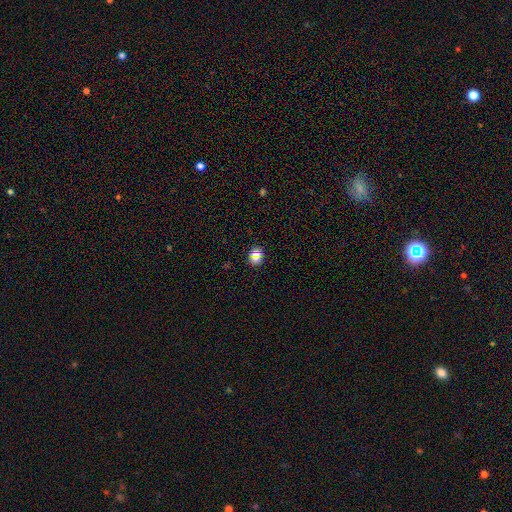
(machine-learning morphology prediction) Smooth or featured: smooth — 64% (star or artifact — 28%)
How rounded: round — 78% (in between — 20%)
Merging: none — 87% (minor disturbance — 7%)